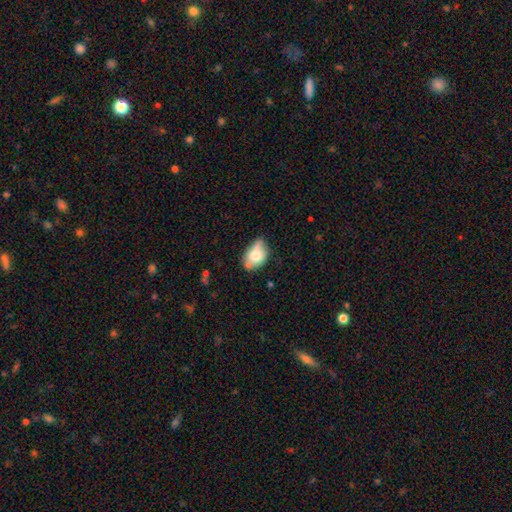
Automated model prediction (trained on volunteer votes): The model was most divided on "merging": none: 41%, minor disturbance: 35%, merger: 13%, major disturbance: 10%. More confident: how rounded — in between (79%); smooth or featured — smooth (68%).